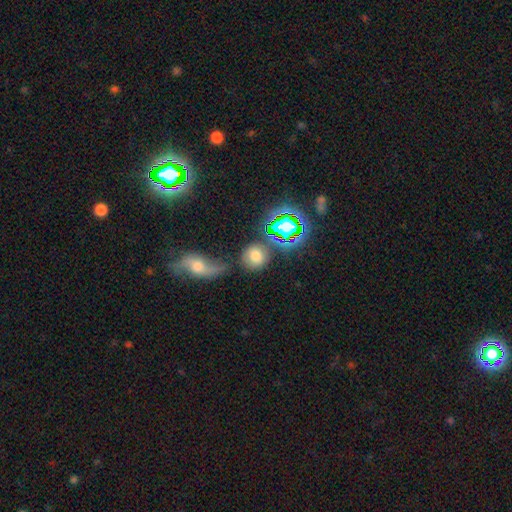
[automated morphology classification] A smooth galaxy with no disk features (67%) that is round (78%).

Vote fractions:
- Smooth or featured? smooth: 67% / star or artifact: 20% / featured or disk: 13%
- How rounded? round: 78% / in between: 20% / cigar-shaped: 2%
- Merging? none: 66% / minor disturbance: 14% / merger: 13% / major disturbance: 8%